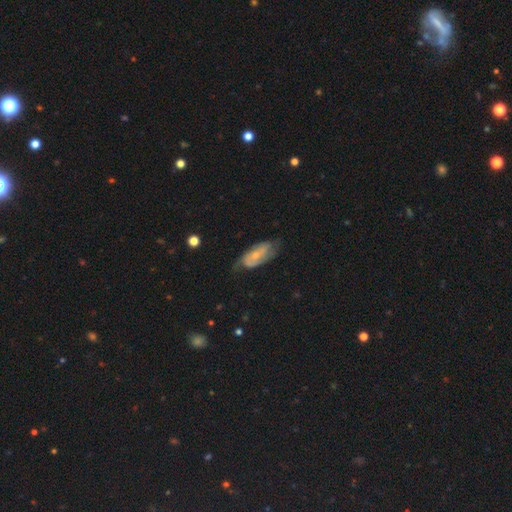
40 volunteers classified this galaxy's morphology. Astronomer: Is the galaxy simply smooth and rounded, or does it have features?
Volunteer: featured or disk — 80%.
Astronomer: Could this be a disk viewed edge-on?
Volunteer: no — 94%.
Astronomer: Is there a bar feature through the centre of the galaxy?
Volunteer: no — 70%.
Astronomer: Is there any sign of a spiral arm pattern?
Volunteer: yes — 90%.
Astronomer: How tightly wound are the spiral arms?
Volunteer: medium — 52% (runner-up: loose, 30%).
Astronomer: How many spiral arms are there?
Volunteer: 2 — 63%.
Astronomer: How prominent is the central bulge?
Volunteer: moderate — 50% (runner-up: small, 43%).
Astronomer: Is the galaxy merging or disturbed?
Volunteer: none — 49% (runner-up: minor disturbance, 38%).